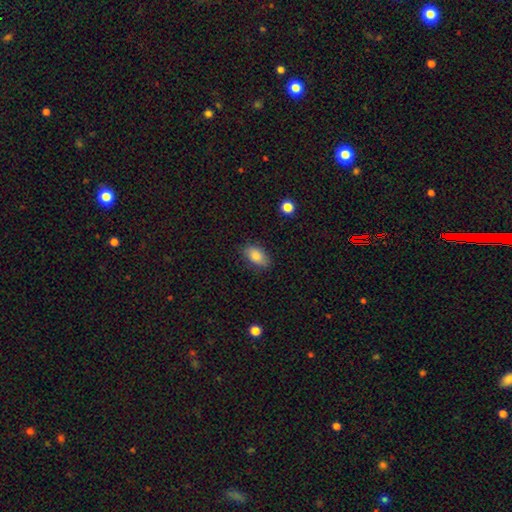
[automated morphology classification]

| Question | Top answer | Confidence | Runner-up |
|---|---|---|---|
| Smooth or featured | smooth | 84% | star or artifact (8%) |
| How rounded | in between | 91% | round (6%) |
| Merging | none | 82% | minor disturbance (14%) |